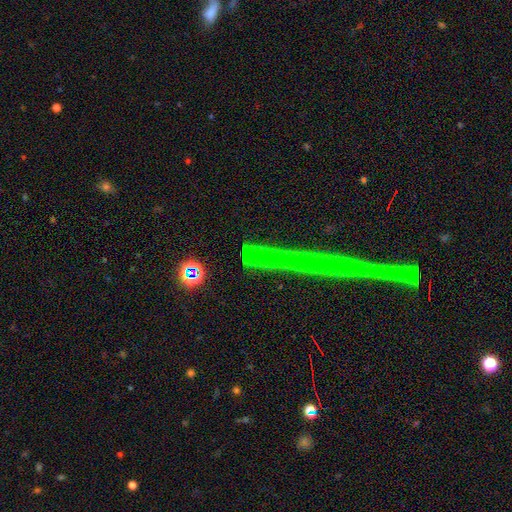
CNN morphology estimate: Smooth or featured? star or artifact (73%)